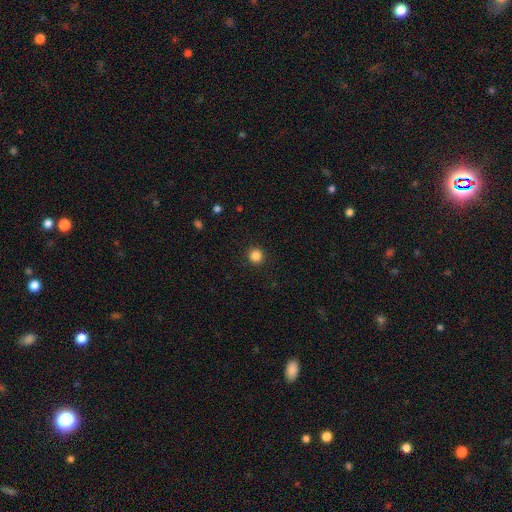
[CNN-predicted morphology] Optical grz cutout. It shows a smooth galaxy with no disk features (86%) that is round (95%). Merging: none (92%).